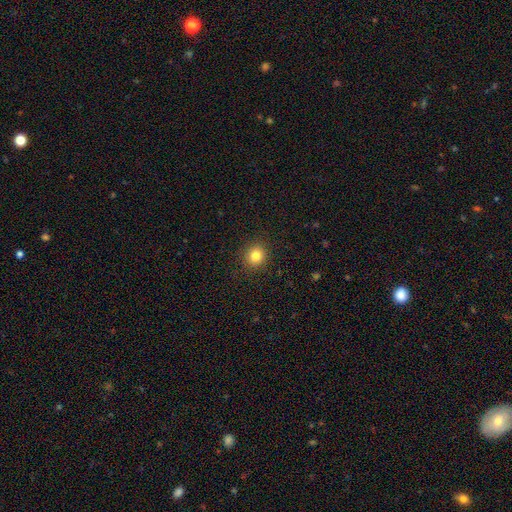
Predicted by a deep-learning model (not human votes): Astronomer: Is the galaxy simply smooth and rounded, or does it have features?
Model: smooth — 82%.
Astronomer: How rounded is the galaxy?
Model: round — 87%.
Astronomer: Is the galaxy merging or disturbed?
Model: none — 91%.